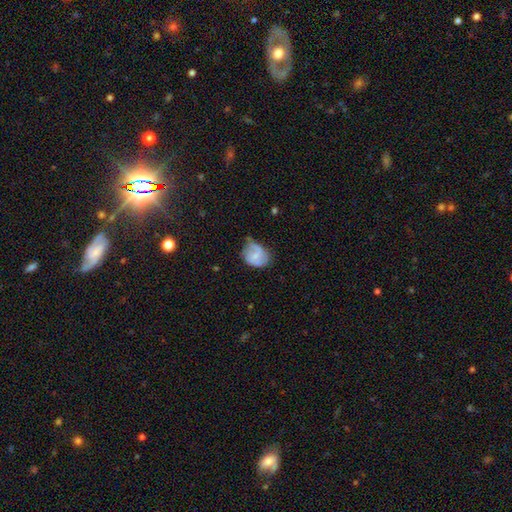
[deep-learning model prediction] Smooth or featured?
  - smooth: 49% *
  - featured or disk: 43%
  - star or artifact: 8%
Merging?
  - none: 43% *
  - minor disturbance: 39%
  - major disturbance: 15%
  - merger: 3%